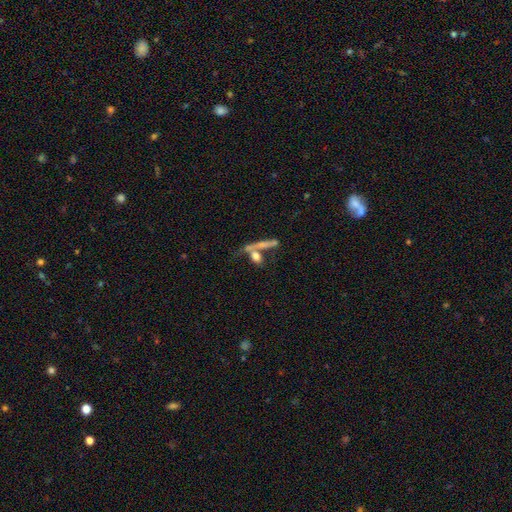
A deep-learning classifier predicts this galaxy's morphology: Smooth or featured: smooth — 61% (featured or disk — 27%)
How rounded: cigar-shaped — 39% (in between — 38%)
Merging: none — 39% (tied with merger — 39%)